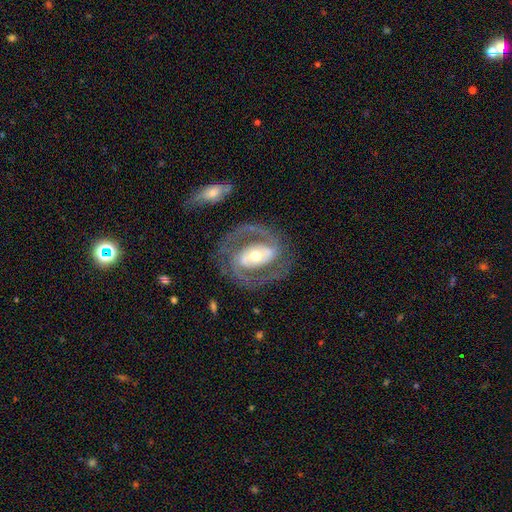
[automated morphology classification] A featured or disk galaxy (88%) with a strong bar (36%), 2 (90%) medium (53%) spiral arms (94%) and a moderate central bulge (64%). Merging: none (77%).